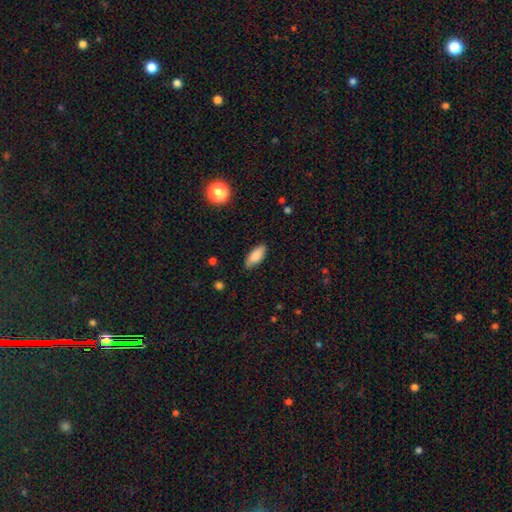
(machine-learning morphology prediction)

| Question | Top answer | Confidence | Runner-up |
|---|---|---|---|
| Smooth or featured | smooth | 86% | featured or disk (7%) |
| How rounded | in between | 83% | cigar-shaped (15%) |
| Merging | none | 82% | minor disturbance (14%) |